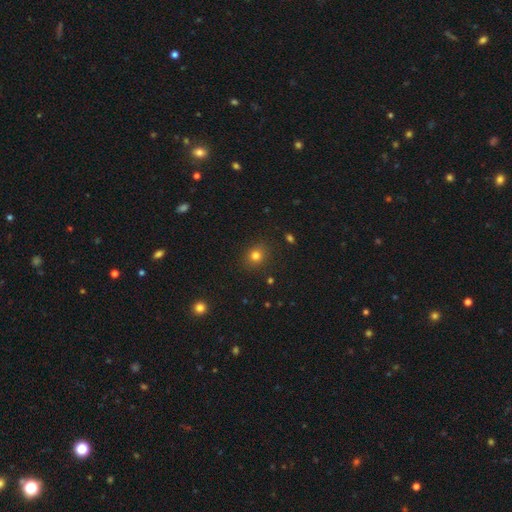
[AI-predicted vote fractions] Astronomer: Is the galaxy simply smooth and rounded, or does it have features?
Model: smooth — 78%.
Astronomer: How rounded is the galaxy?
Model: round — 77%.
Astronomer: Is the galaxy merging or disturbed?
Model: none — 88%.